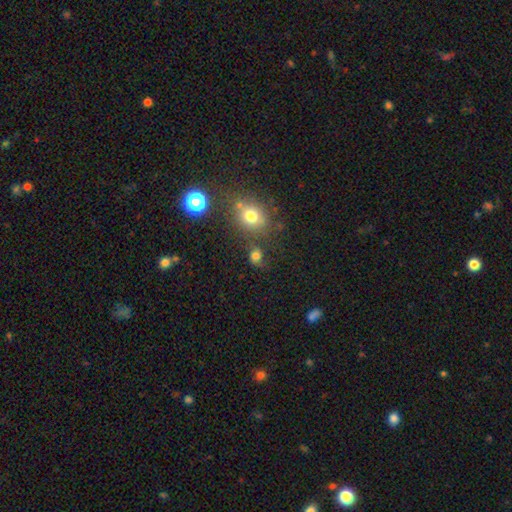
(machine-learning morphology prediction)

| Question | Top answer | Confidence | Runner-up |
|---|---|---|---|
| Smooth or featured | smooth | 69% | star or artifact (19%) |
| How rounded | round | 64% | in between (34%) |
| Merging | none | 58% | minor disturbance (18%) |